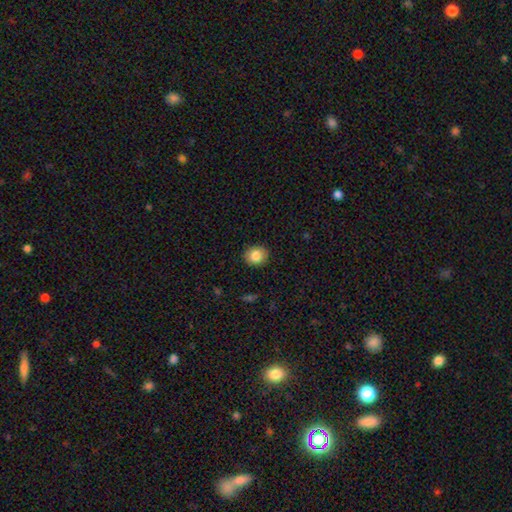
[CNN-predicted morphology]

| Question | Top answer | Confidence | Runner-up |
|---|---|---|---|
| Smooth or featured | smooth | 83% | star or artifact (9%) |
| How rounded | round | 69% | in between (30%) |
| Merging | none | 89% | minor disturbance (8%) |